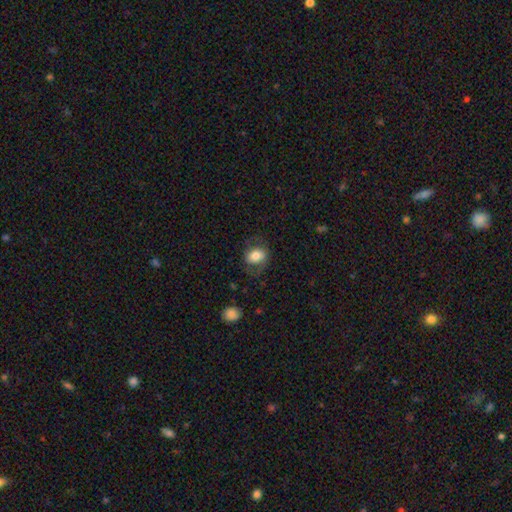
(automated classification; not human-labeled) Smooth or featured: smooth — 66% (featured or disk — 27%)
How rounded: in between — 61% (round — 38%)
Merging: none — 66% (minor disturbance — 19%)